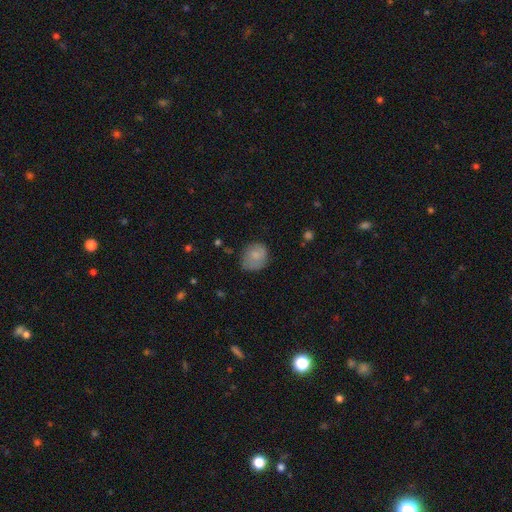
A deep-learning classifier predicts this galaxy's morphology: A smooth galaxy with no disk features (76%) that is round (61%).

Vote fractions:
- Smooth or featured? smooth: 76% / featured or disk: 16% / star or artifact: 8%
- How rounded? round: 61% / in between: 38% / cigar-shaped: 1%
- Merging? none: 61% / minor disturbance: 28% / major disturbance: 10% / merger: 2%